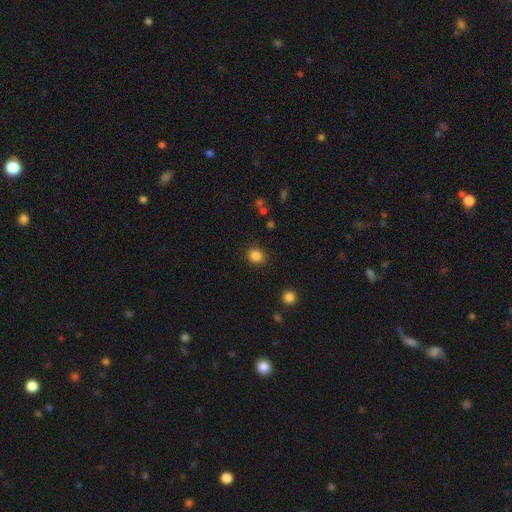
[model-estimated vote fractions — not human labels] Morphology: type=smooth (85%); roundness=round (71%); merging=none (87%).